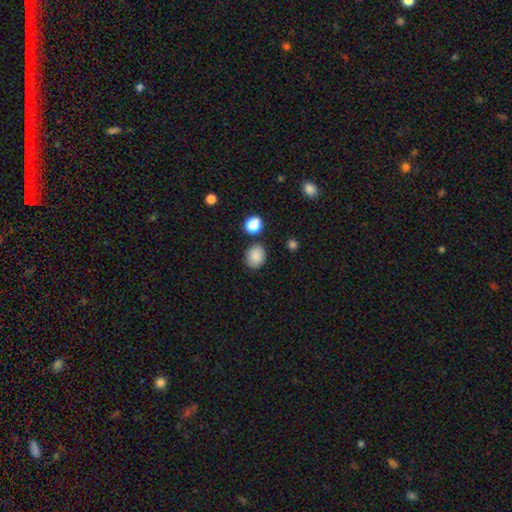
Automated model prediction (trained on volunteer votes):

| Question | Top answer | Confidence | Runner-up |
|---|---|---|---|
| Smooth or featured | smooth | 86% | star or artifact (10%) |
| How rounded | round | 63% | in between (36%) |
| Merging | none | 82% | minor disturbance (11%) |